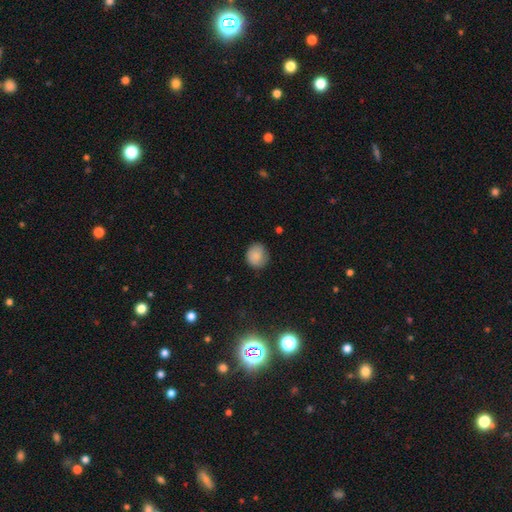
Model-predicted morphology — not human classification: The model was most divided on "merging": none: 77%, minor disturbance: 18%, major disturbance: 3%, merger: 1%. More confident: smooth or featured — smooth (86%); how rounded — round (81%).